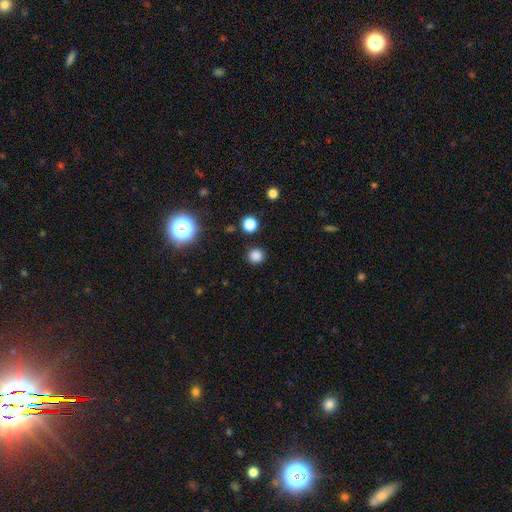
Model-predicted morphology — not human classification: The model was most divided on "smooth or featured": smooth: 81%, star or artifact: 16%, featured or disk: 3%. More confident: how rounded — round (94%); merging — none (90%).